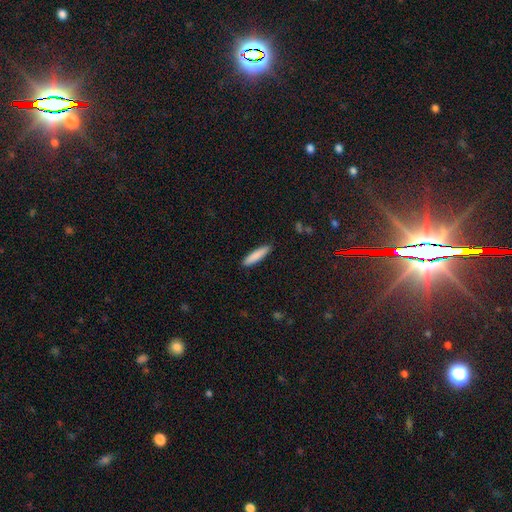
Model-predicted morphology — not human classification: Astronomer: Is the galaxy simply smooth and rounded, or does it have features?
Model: smooth — 85%.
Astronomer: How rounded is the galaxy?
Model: cigar-shaped — 83%.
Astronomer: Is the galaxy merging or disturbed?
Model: none — 90%.